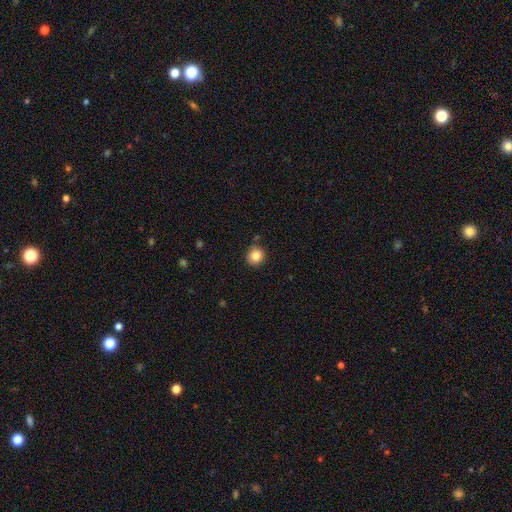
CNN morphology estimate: Overall: smooth (84%). How rounded: round (90%). Merging: none (84%).